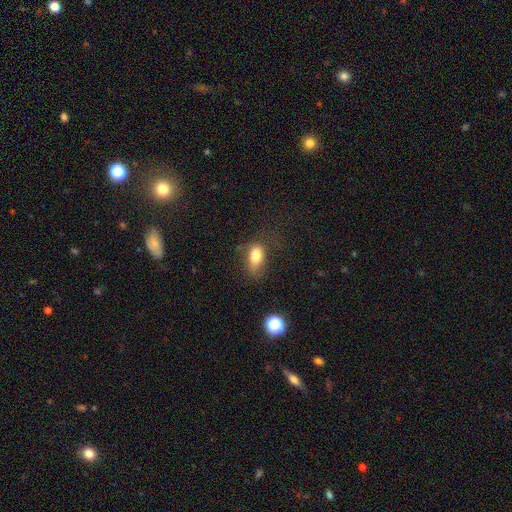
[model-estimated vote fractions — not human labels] Smooth or featured? smooth (81%)
How rounded? in between (87%)
Merging? none (55%)